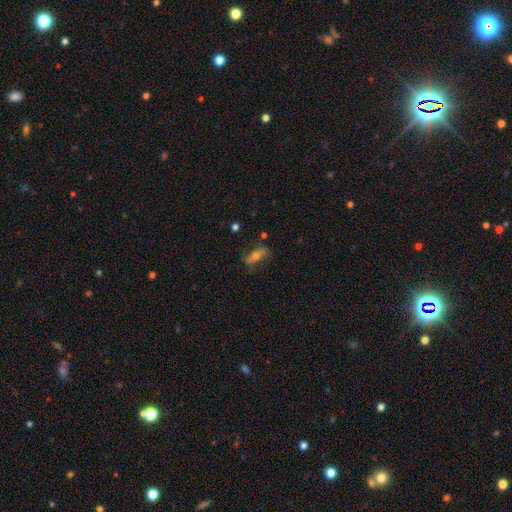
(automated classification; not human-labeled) featured or disk 47%, smooth 42%, star or artifact 11%. Down the decision tree: merging — none (71%).